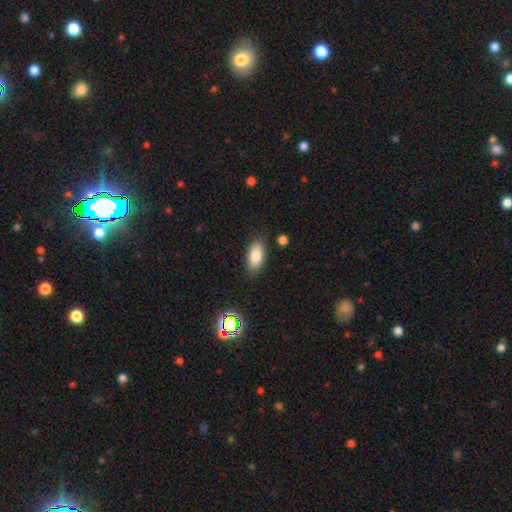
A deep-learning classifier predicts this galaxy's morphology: Overall: smooth (84%). How rounded: in between (89%). Merging: none (84%).